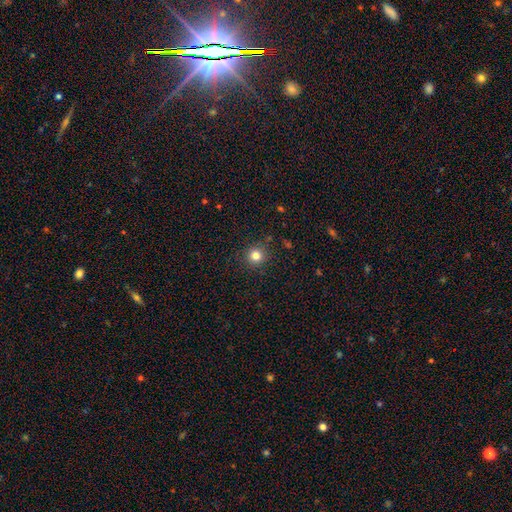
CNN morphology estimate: smooth-or-featured: smooth: 81% | star or artifact: 14% | featured or disk: 6%
  how-rounded: round: 93% | in between: 6% | cigar-shaped: 1%
  merging: none: 90% | minor disturbance: 7% | major disturbance: 2% | merger: 1%